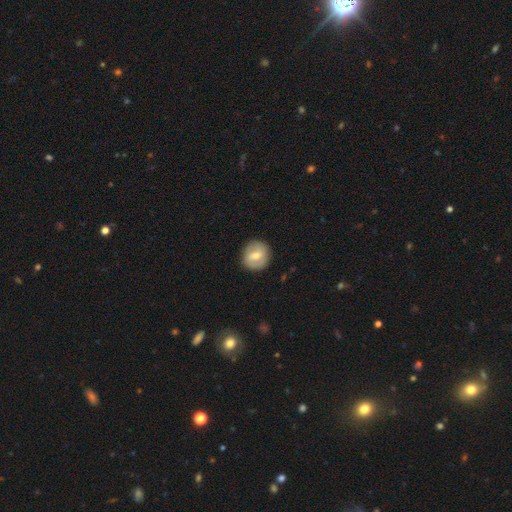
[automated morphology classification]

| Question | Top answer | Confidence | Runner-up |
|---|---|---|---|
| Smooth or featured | smooth | 52% | featured or disk (41%) |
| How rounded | round | 88% | in between (11%) |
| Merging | none | 87% | minor disturbance (9%) |